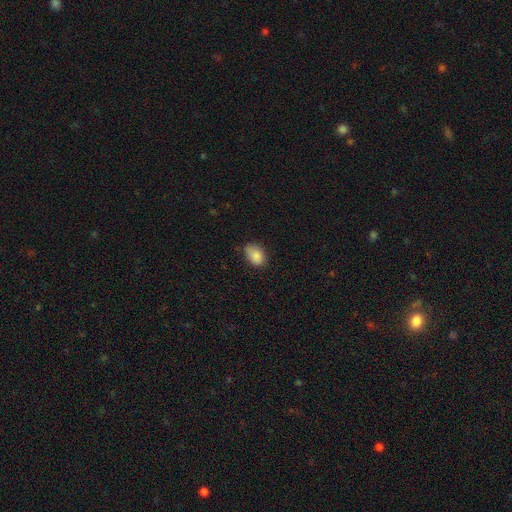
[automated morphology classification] Q: Smooth or featured?
A: smooth (87%); runner-up: star or artifact (8%)
Q: How rounded?
A: in between (82%); runner-up: round (17%)
Q: Merging?
A: none (66%); runner-up: minor disturbance (28%)